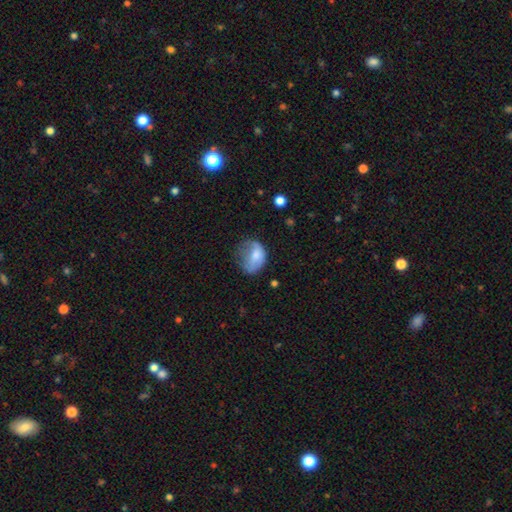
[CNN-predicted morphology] Overall: smooth (67%). How rounded: in between (65%; round 34%). Merging: major disturbance (37%; minor disturbance 33%).